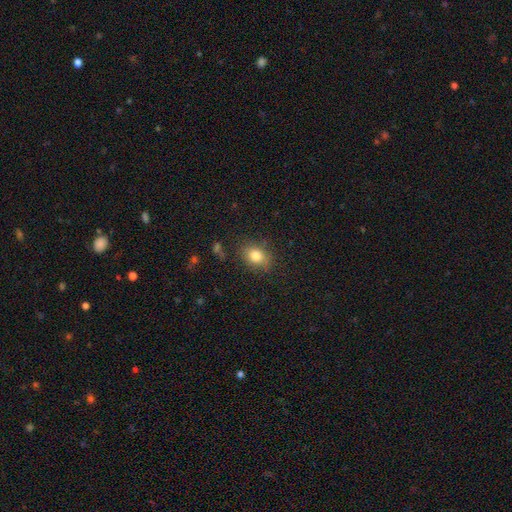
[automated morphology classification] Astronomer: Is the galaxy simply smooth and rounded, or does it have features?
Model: smooth — 82%.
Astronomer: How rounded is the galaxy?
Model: in between — 58% (runner-up: round, 41%).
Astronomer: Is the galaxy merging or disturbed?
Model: none — 80%.